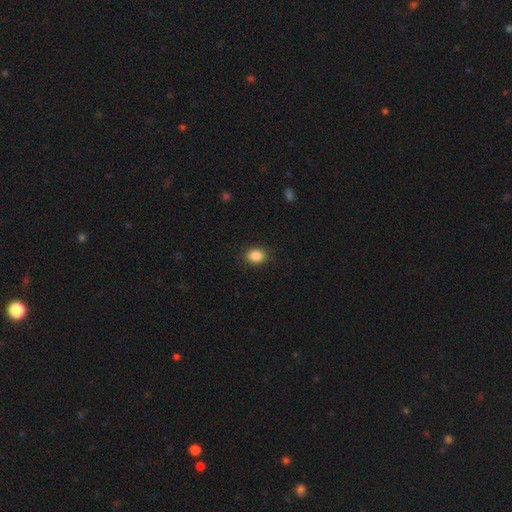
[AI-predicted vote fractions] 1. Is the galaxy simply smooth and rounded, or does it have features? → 87% smooth, 9% star or artifact, 4% featured or disk.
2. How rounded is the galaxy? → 52% round, 47% in between, 1% cigar-shaped.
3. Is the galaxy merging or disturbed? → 89% none, 8% minor disturbance, 2% major disturbance, 1% merger.